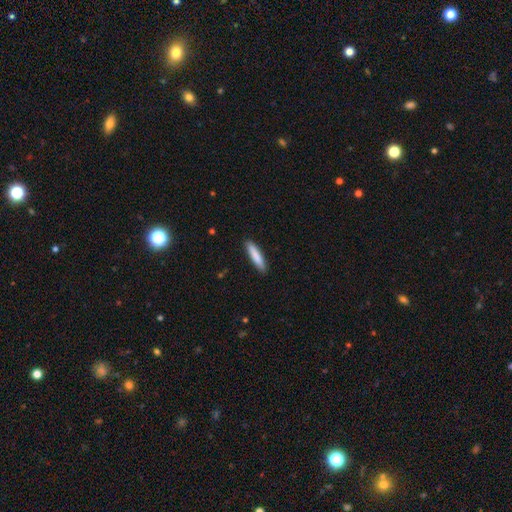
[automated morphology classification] smooth-or-featured: smooth: 84% | featured or disk: 11% | star or artifact: 5%
  how-rounded: cigar-shaped: 86% | in between: 13% | round: 1%
  merging: none: 90% | minor disturbance: 8% | major disturbance: 1% | merger: 1%